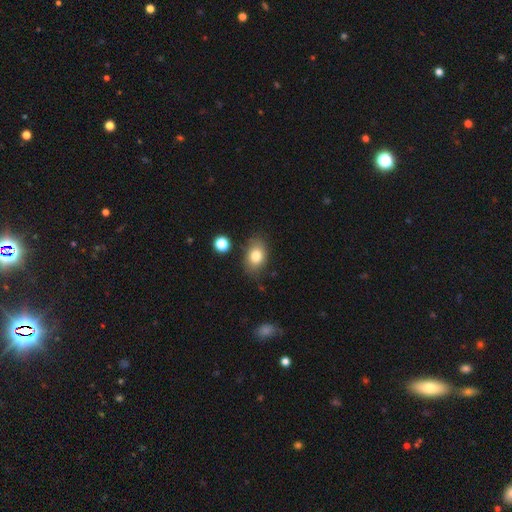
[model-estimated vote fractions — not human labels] Morphology: type=smooth (80%); roundness=in between (77%); merging=none (78%).